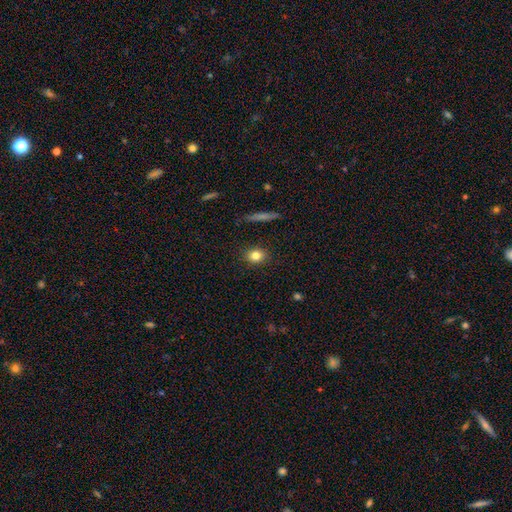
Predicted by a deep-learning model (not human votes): Overall: smooth (80%). How rounded: round (62%; in between 36%). Merging: none (89%).